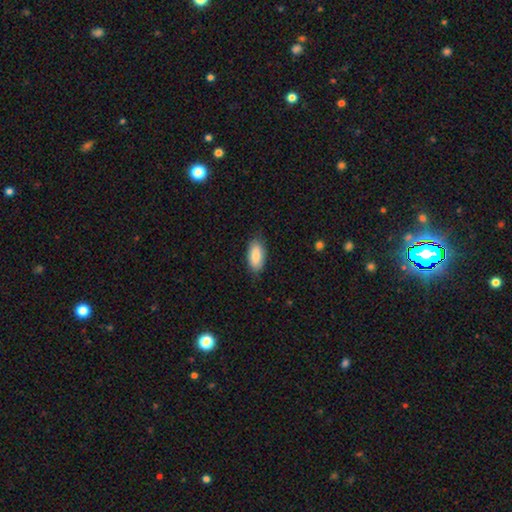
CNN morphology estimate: smooth-or-featured: smooth: 85% | featured or disk: 9% | star or artifact: 6%
  how-rounded: in between: 89% | cigar-shaped: 9% | round: 2%
  merging: none: 80% | minor disturbance: 16% | major disturbance: 3% | merger: 1%